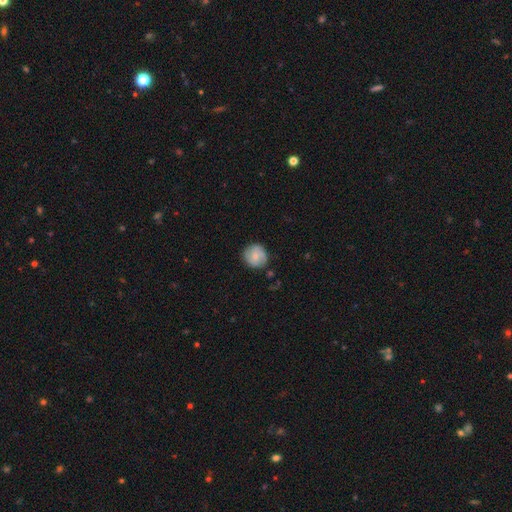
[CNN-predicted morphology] smooth 58%, featured or disk 35%, star or artifact 7%. Down the decision tree: how rounded — round (88%); merging — none (80%).